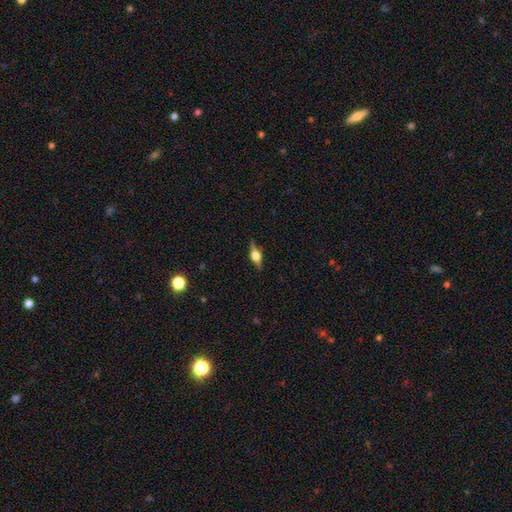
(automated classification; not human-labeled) A featured or disk galaxy (64%) viewed edge-on (95%) with a rounded central bulge (91%). Merging: none (84%).